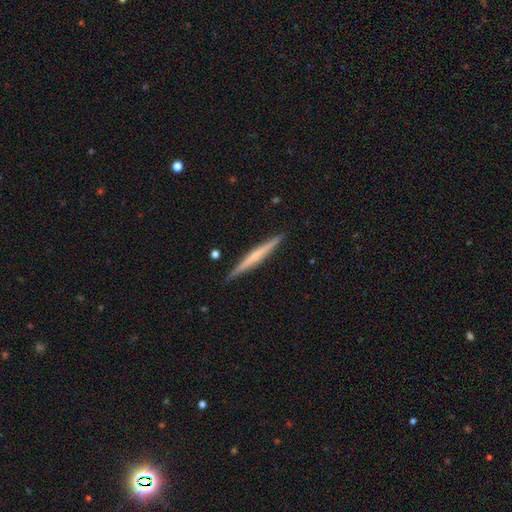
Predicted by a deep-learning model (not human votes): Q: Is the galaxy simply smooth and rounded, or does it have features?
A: featured or disk — 62%.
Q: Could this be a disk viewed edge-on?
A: yes — 98%.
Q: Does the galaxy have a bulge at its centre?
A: none — 49%.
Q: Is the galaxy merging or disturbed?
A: none — 91%.